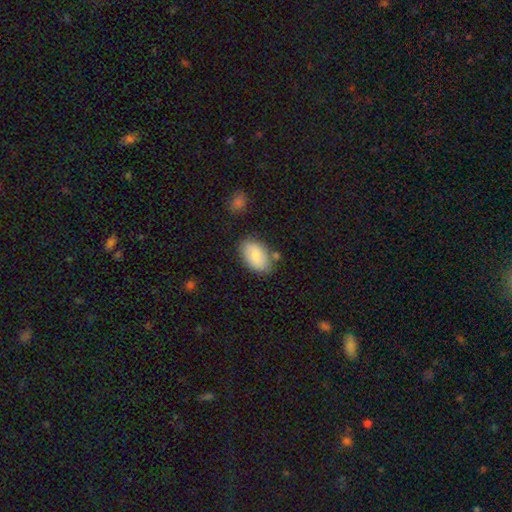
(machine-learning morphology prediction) A smooth galaxy with no disk features (82%) that is in between round and cigar-shaped (93%). Merging: none (75%).